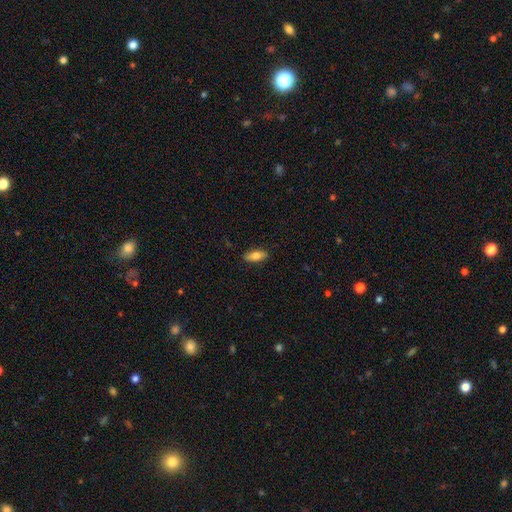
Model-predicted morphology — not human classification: Q: Smooth or featured?
A: smooth (81%); runner-up: featured or disk (13%)
Q: How rounded?
A: in between (77%); runner-up: cigar-shaped (20%)
Q: Merging?
A: none (87%); runner-up: minor disturbance (10%)